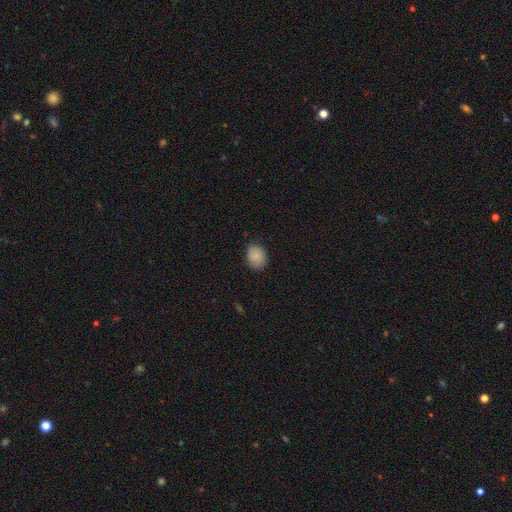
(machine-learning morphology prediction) Overall: smooth (87%). How rounded: in between (58%; round 41%). Merging: none (83%).